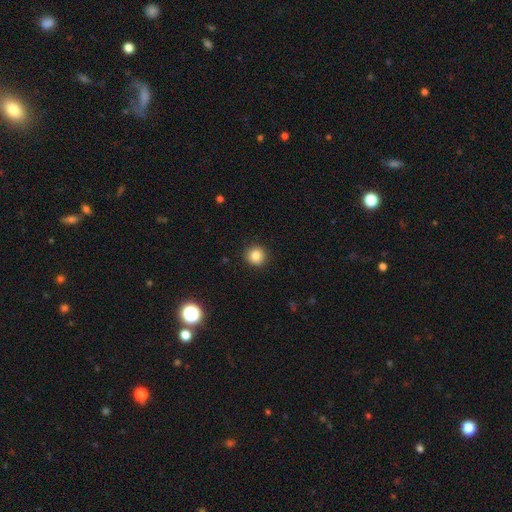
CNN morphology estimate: Smooth or featured: smooth — 84% (star or artifact — 10%)
How rounded: round — 92% (in between — 7%)
Merging: none — 91% (minor disturbance — 6%)